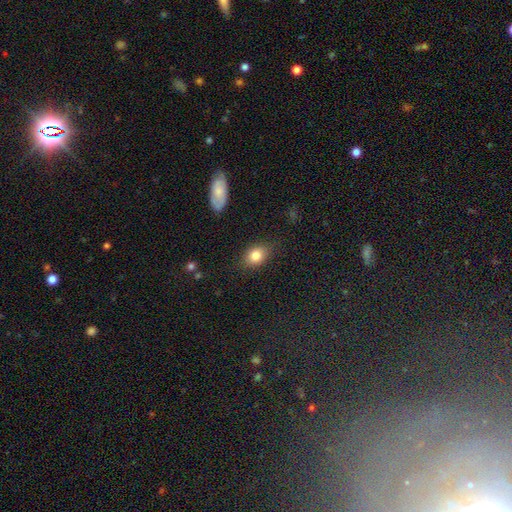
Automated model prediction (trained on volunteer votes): smooth-or-featured: smooth: 82% | featured or disk: 9% | star or artifact: 9%
  how-rounded: in between: 70% | round: 28% | cigar-shaped: 2%
  merging: none: 83% | minor disturbance: 13% | major disturbance: 3% | merger: 1%